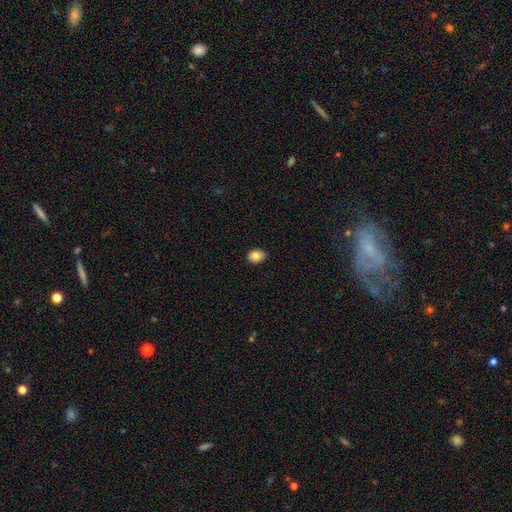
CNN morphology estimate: Smooth or featured? Predicted: smooth (p=0.85). How rounded? Predicted: in between (p=0.61). Merging? Predicted: none (p=0.89).